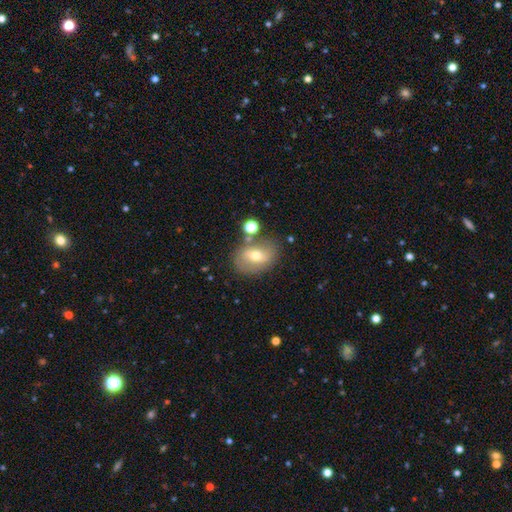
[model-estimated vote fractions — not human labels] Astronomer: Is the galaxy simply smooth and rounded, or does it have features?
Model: smooth — 51% (runner-up: featured or disk, 39%).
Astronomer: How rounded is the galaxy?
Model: in between — 67%.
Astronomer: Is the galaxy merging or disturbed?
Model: none — 69%.